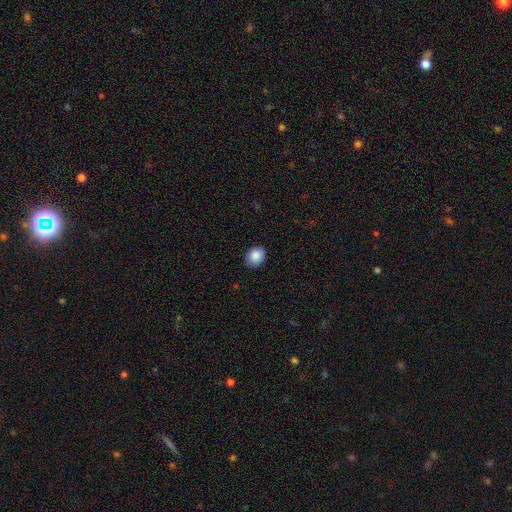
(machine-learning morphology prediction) A smooth galaxy with no disk features (88%) that is in between round and cigar-shaped (51%).

Vote fractions:
- Smooth or featured? smooth: 88% / star or artifact: 8% / featured or disk: 4%
- How rounded? in between: 51% / round: 48% / cigar-shaped: 1%
- Merging? none: 84% / minor disturbance: 12% / major disturbance: 2% / merger: 1%